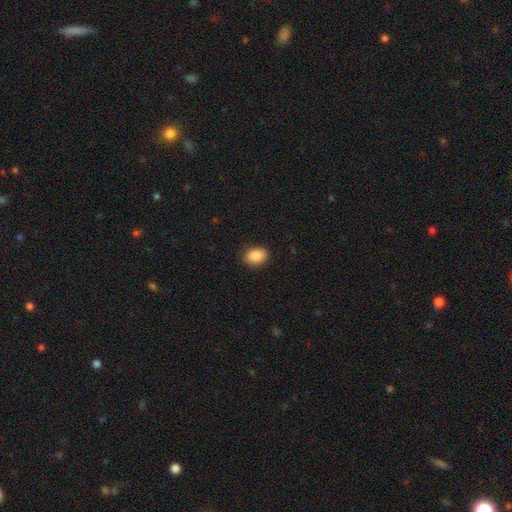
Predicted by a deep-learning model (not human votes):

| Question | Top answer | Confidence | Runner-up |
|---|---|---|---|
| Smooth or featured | smooth | 89% | star or artifact (7%) |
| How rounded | in between | 75% | round (24%) |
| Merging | none | 89% | minor disturbance (8%) |